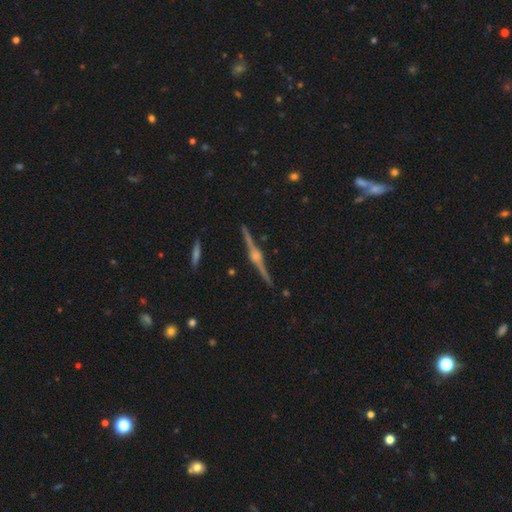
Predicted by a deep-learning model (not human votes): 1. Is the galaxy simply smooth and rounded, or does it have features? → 90% featured or disk, 5% star or artifact, 5% smooth.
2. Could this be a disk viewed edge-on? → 99% yes, 1% no.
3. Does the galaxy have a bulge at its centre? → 87% rounded, 10% boxy, 3% none.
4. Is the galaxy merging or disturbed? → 91% none, 6% minor disturbance, 1% major disturbance, 1% merger.